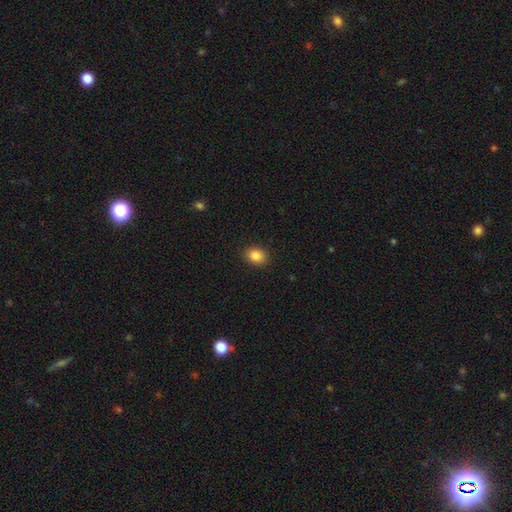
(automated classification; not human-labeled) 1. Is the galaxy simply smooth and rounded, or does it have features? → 87% smooth, 9% star or artifact, 4% featured or disk.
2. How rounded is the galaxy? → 57% in between, 42% round, 1% cigar-shaped.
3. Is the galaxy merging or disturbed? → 90% none, 7% minor disturbance, 2% major disturbance, 1% merger.